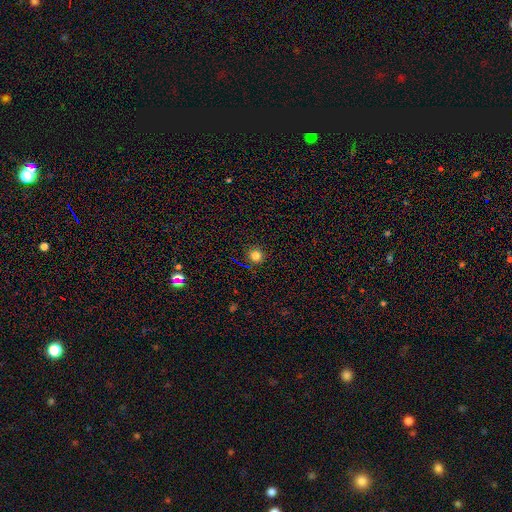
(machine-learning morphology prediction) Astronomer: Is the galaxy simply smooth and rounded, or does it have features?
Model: smooth — 80%.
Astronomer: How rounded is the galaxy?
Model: round — 95%.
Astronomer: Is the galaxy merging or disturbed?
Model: none — 90%.